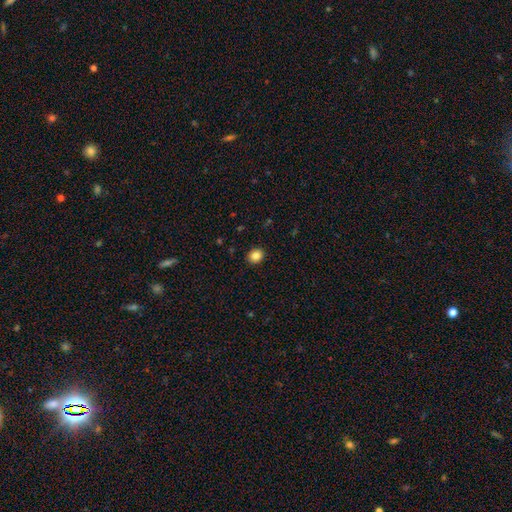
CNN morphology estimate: smooth-or-featured: smooth: 85% | star or artifact: 10% | featured or disk: 5%
  how-rounded: round: 63% | in between: 37% | cigar-shaped: 1%
  merging: none: 91% | minor disturbance: 6% | major disturbance: 2% | merger: 1%